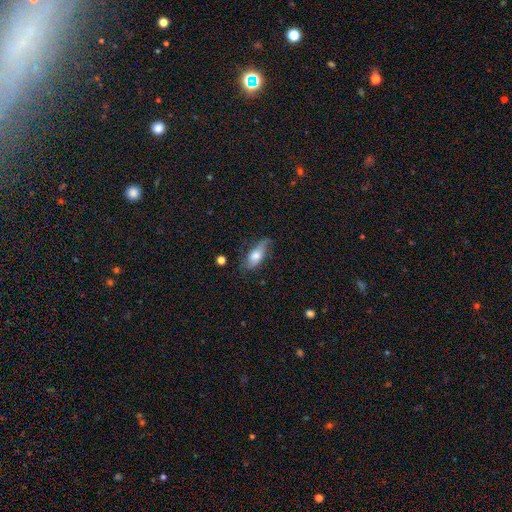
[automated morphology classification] A smooth galaxy with no disk features (62%) that is in between round and cigar-shaped (76%). Merging: none (58%).